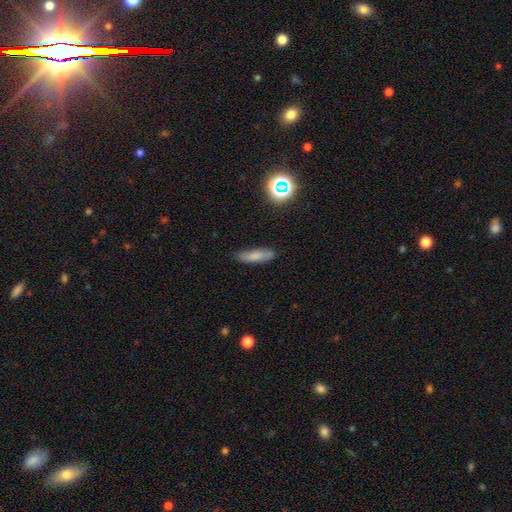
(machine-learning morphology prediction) This appears to be a smooth galaxy with no disk features (74%) that is cigar-shaped (69%). Merging: none (83%).